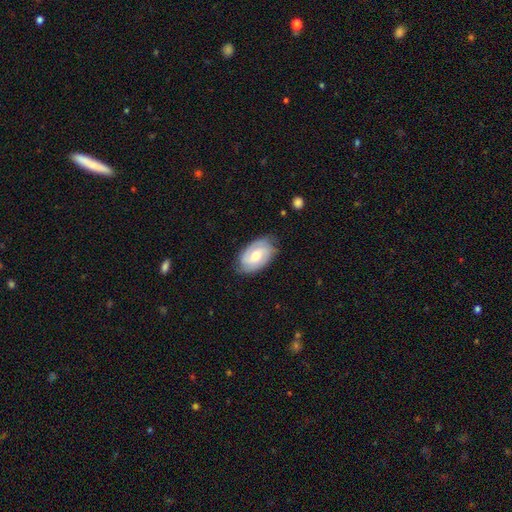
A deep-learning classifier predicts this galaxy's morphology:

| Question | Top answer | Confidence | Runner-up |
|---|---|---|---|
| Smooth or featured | featured or disk | 58% | smooth (36%) |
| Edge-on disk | no | 95% | yes (5%) |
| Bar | no | 54% | weak (38%) |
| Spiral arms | yes | 84% | no (16%) |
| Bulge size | moderate | 64% | small (29%) |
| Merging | none | 75% | minor disturbance (19%) |